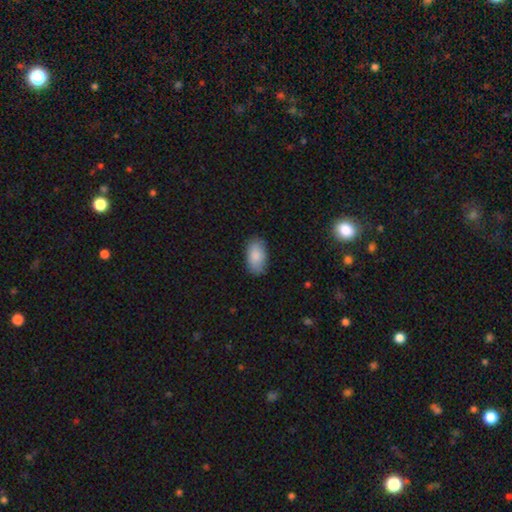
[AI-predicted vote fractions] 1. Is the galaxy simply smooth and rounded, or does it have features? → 86% smooth, 8% featured or disk, 6% star or artifact.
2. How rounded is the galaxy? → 95% in between, 4% round, 2% cigar-shaped.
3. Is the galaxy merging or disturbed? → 82% none, 14% minor disturbance, 3% major disturbance, 1% merger.